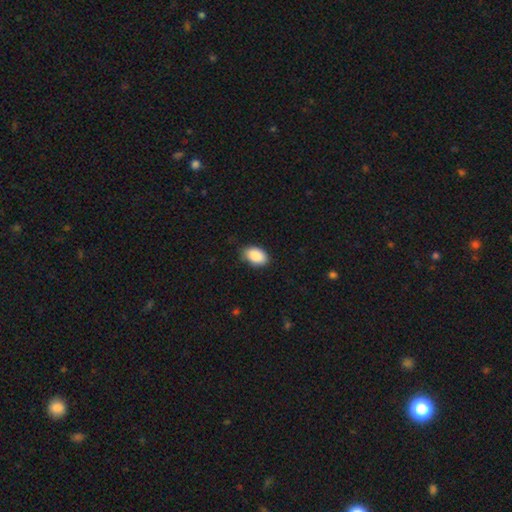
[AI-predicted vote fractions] smooth_or_featured: smooth (p=0.90) [alt: star or artifact p=0.07]
how_rounded: in between (p=0.90) [alt: round p=0.09]
merging: none (p=0.79) [alt: minor disturbance p=0.17]